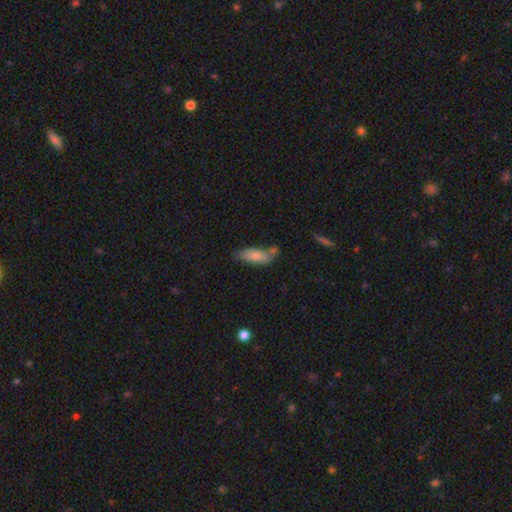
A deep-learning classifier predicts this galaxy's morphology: Smooth or featured?
  - smooth: 75% *
  - featured or disk: 18%
  - star or artifact: 7%
How rounded?
  - in between: 68% *
  - cigar-shaped: 30%
  - round: 2%
Merging?
  - none: 55% *
  - minor disturbance: 24%
  - merger: 16%
  - major disturbance: 6%